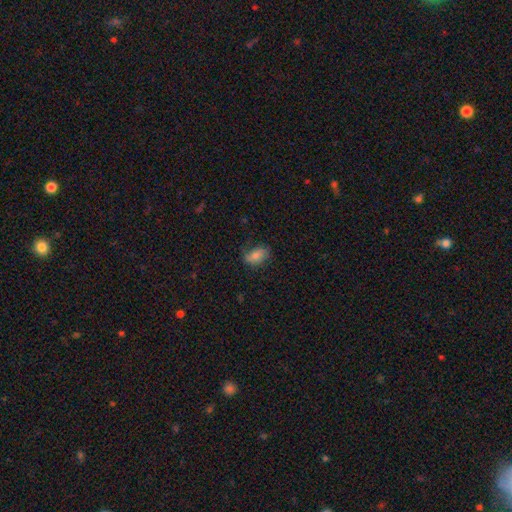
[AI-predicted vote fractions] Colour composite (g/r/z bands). It shows a smooth galaxy with no disk features (74%) that is in between round and cigar-shaped (88%). Merging: none (67%).